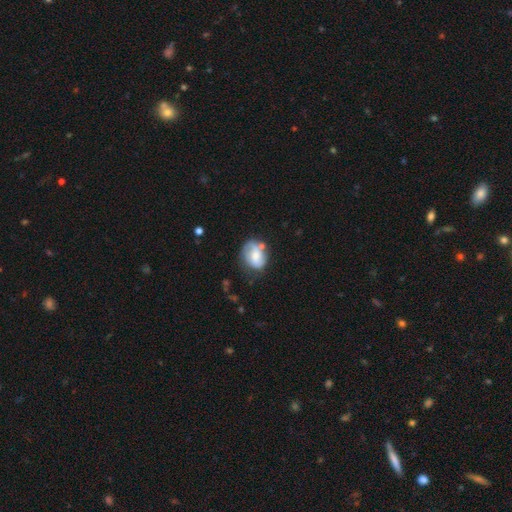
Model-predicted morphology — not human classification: A smooth galaxy with no disk features (49%). Merging: none (52%).